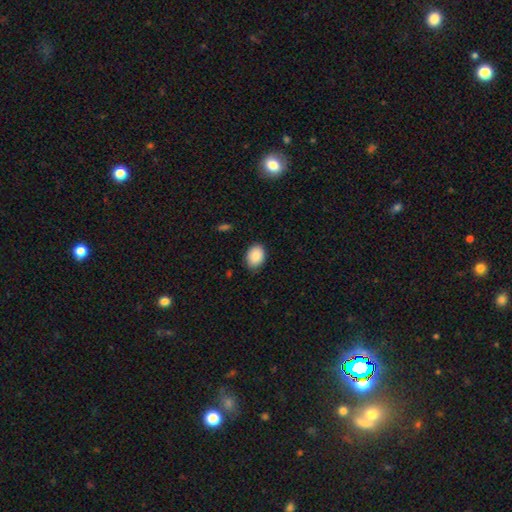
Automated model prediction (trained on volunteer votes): A smooth galaxy with no disk features (89%) that is in between round and cigar-shaped (70%). Merging: none (81%).